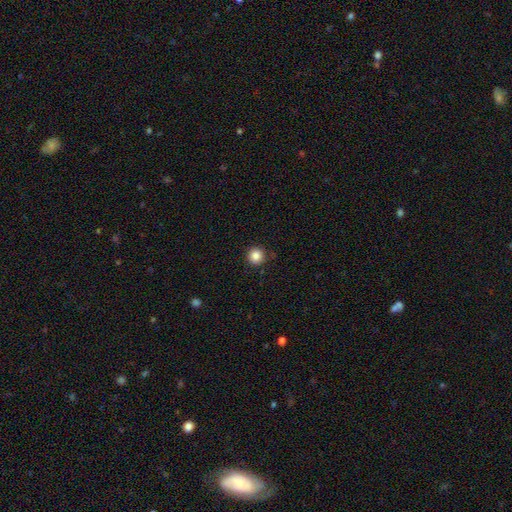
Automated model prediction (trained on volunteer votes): Q: Smooth or featured?
A: smooth (85%); runner-up: star or artifact (11%)
Q: How rounded?
A: round (95%); runner-up: in between (4%)
Q: Merging?
A: none (90%); runner-up: minor disturbance (7%)